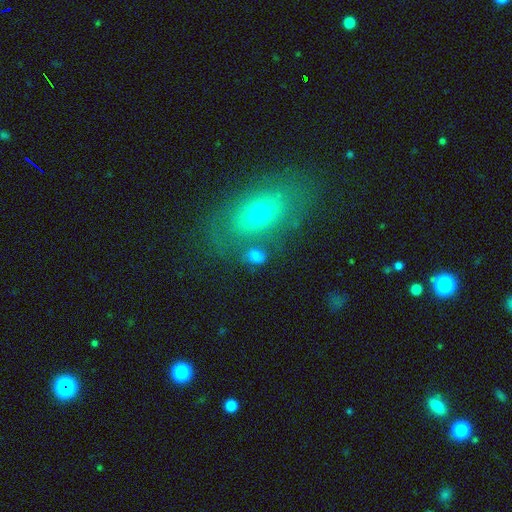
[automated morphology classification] Q: Smooth or featured?
A: smooth (73%); runner-up: star or artifact (14%)
Q: How rounded?
A: in between (70%); runner-up: round (27%)
Q: Merging?
A: none (61%); runner-up: minor disturbance (15%)